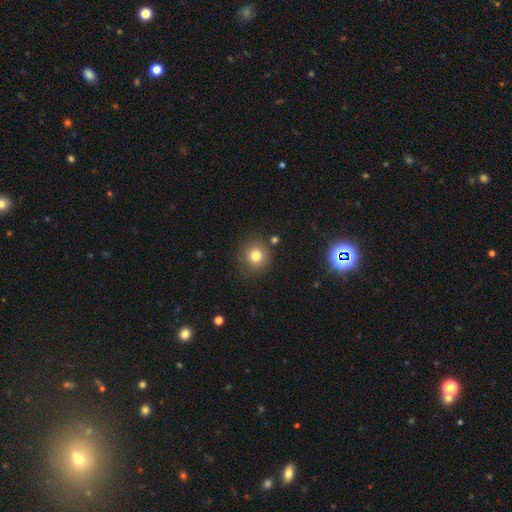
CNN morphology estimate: Smooth or featured: smooth — 78% (star or artifact — 13%)
How rounded: round — 87% (in between — 12%)
Merging: none — 81% (minor disturbance — 11%)